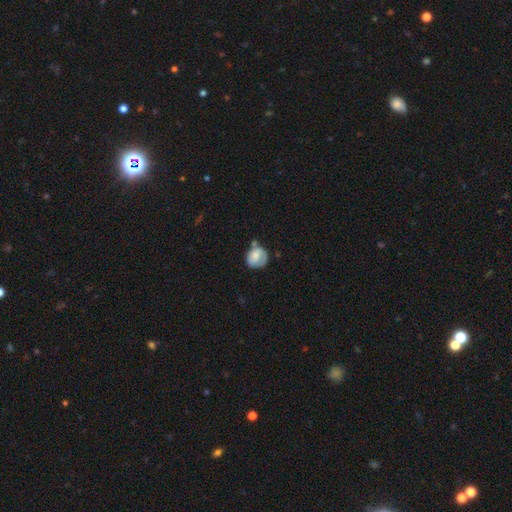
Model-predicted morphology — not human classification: This is likely a smooth galaxy (64%). How rounded: likely round (72%). Merging: possibly none (46%).